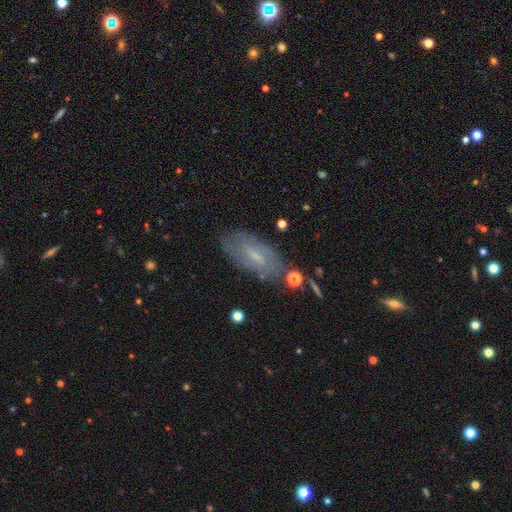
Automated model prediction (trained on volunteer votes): smooth-or-featured: featured or disk: 54% | smooth: 37% | star or artifact: 9%
  disk-edge-on: no: 84% | yes: 16%
  merging: none: 72% | minor disturbance: 18% | major disturbance: 6% | merger: 4%